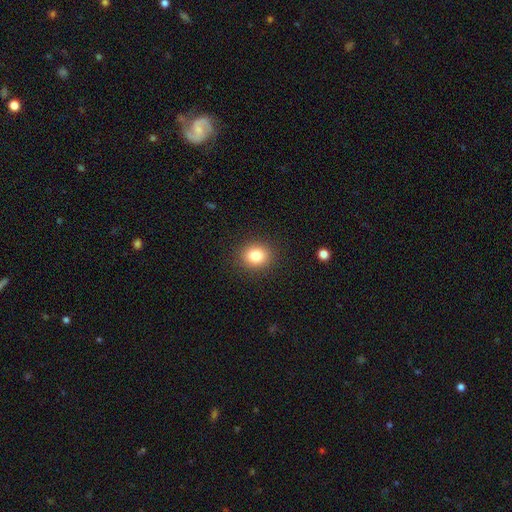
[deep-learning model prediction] This is clearly a smooth galaxy (84%). How rounded: likely round (69%). Merging: clearly none (89%).